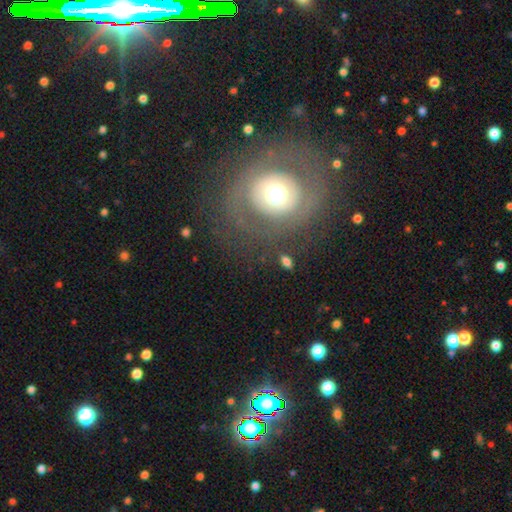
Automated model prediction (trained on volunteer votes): This appears to be a featured or disk galaxy (60%) with no bar (77%), no spiral arms (54%) and a moderate central bulge (56%). Merging: none (79%).